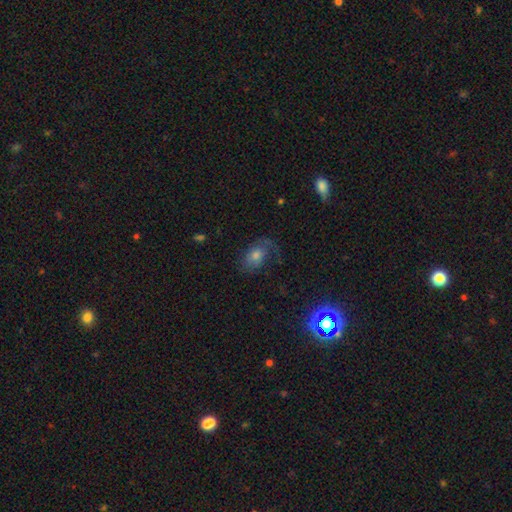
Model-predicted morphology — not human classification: Smooth or featured? smooth (44%, tied with featured or disk)
Merging? none (45%)